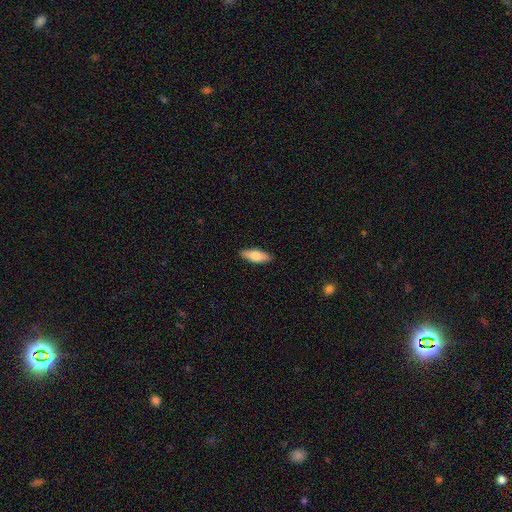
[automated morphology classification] Smooth or featured? Predicted: smooth (p=0.72). How rounded? Predicted: in between (p=0.64). Merging? Predicted: none (p=0.90).